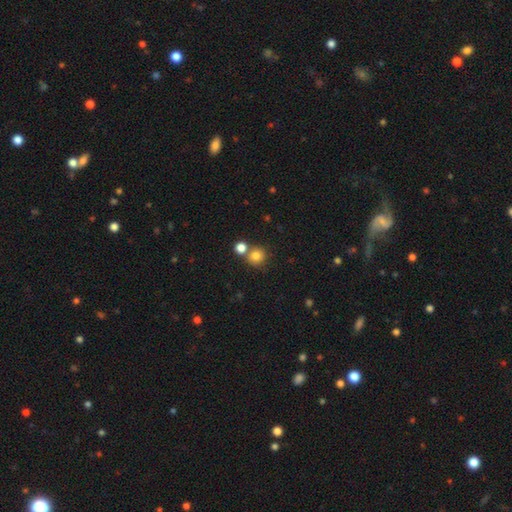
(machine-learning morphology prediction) A smooth galaxy with no disk features (81%) that is round (90%).

Vote fractions:
- Smooth or featured? smooth: 81% / star or artifact: 12% / featured or disk: 7%
- How rounded? round: 90% / in between: 9% / cigar-shaped: 1%
- Merging? none: 64% / merger: 25% / minor disturbance: 8% / major disturbance: 3%